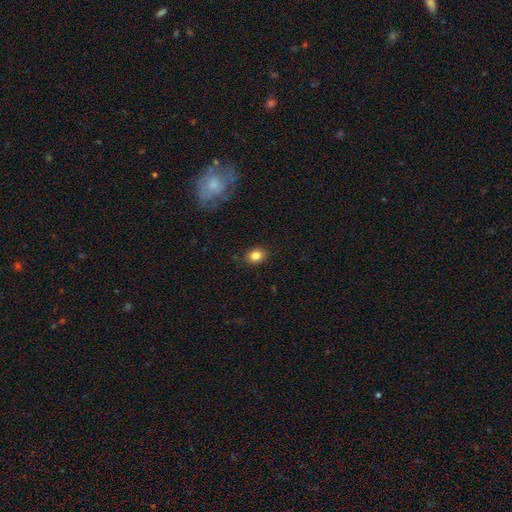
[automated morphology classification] Overall: smooth (84%). How rounded: round (51%; in between 48%). Merging: none (85%).